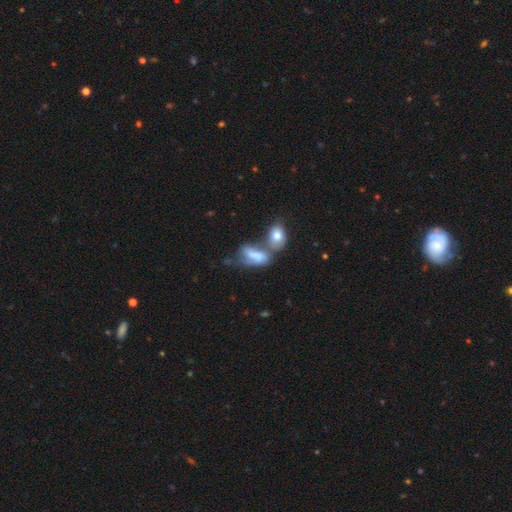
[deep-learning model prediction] Smooth or featured?
  - smooth: 62% *
  - featured or disk: 28%
  - star or artifact: 10%
How rounded?
  - in between: 86% *
  - cigar-shaped: 8%
  - round: 6%
Merging?
  - merger: 52% *
  - none: 19%
  - major disturbance: 14%
  - minor disturbance: 14%